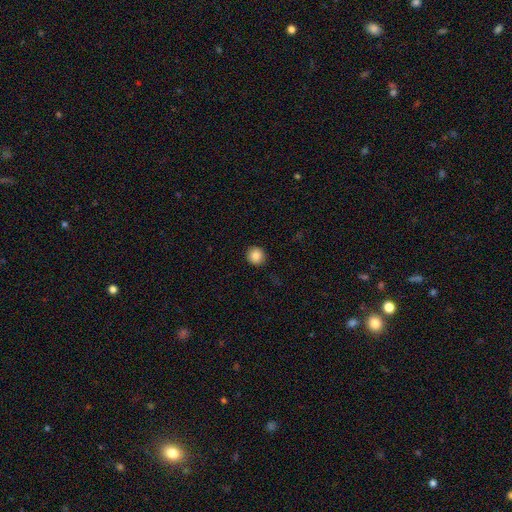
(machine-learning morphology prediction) This appears to be a smooth galaxy with no disk features (86%) that is round (91%). Merging: none (92%).